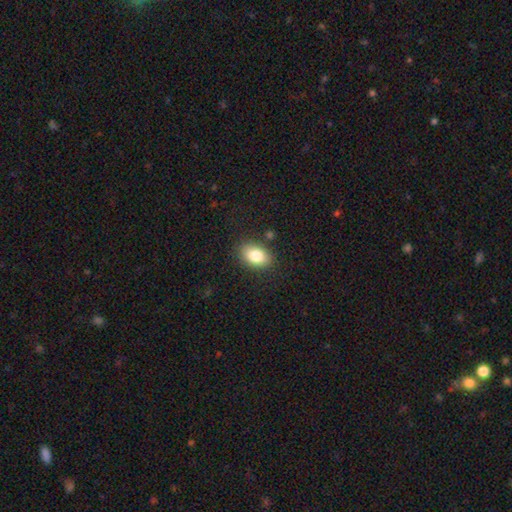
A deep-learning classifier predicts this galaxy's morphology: Q: Smooth or featured?
A: smooth (82%); runner-up: featured or disk (9%)
Q: How rounded?
A: in between (84%); runner-up: round (15%)
Q: Merging?
A: none (84%); runner-up: minor disturbance (11%)